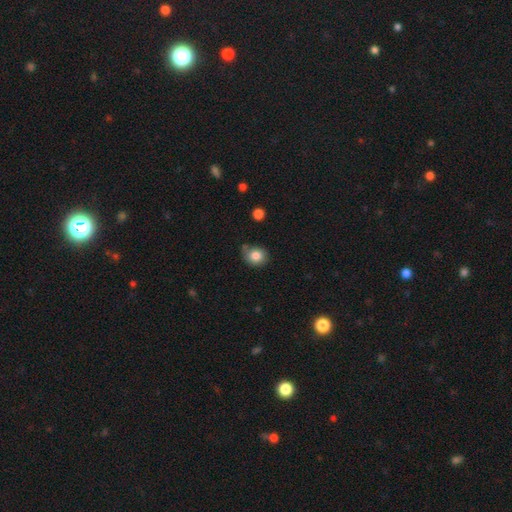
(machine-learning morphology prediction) This is clearly a smooth galaxy (82%). How rounded: likely round (70%). Merging: likely none (67%).